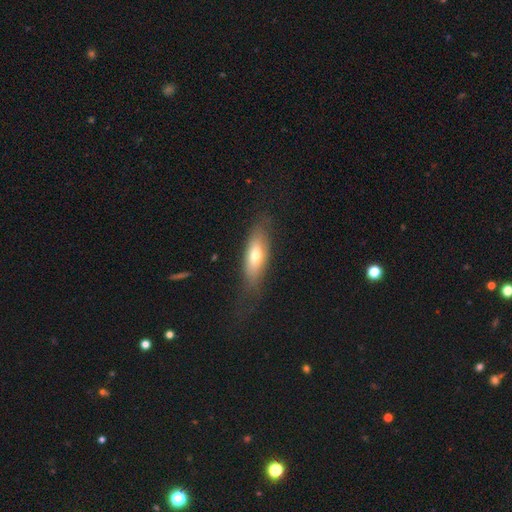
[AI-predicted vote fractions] This is likely a smooth galaxy (66%). How rounded: likely in between (66%). Merging: likely none (67%).